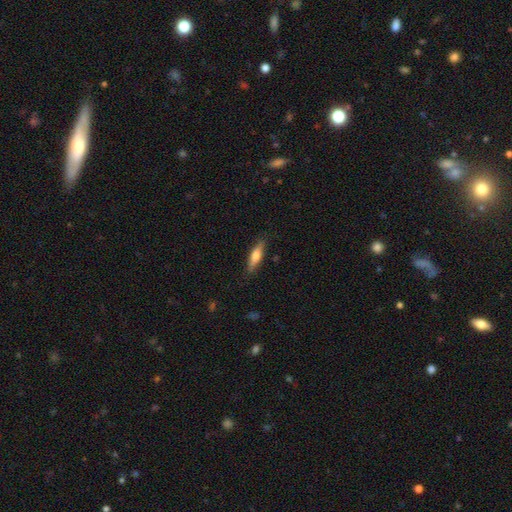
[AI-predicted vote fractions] A smooth galaxy with no disk features (59%) that is cigar-shaped (69%). Merging: none (85%).